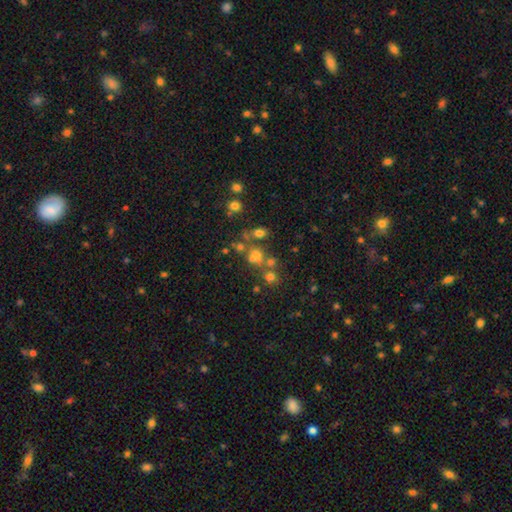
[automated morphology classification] Smooth or featured: smooth — 48% (star or artifact — 35%)
Merging: none — 55% (merger — 30%)